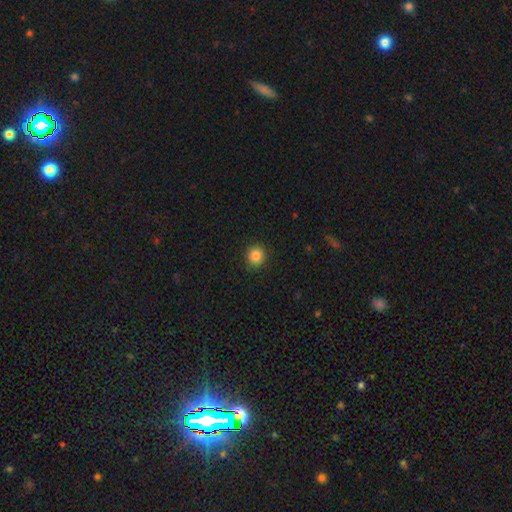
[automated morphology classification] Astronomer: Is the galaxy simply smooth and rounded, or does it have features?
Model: smooth — 85%.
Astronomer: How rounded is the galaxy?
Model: round — 90%.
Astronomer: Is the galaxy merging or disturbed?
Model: none — 92%.